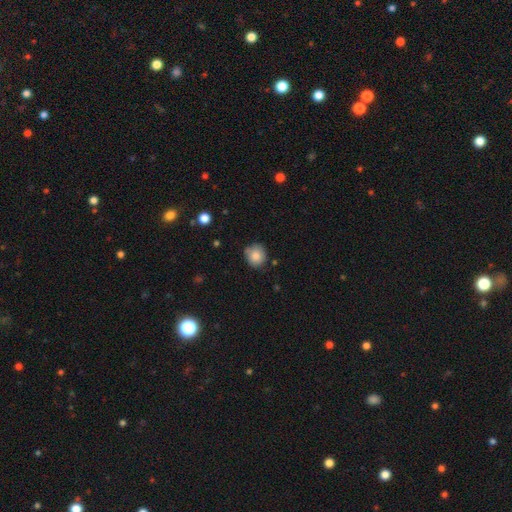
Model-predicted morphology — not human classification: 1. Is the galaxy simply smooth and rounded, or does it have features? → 84% smooth, 9% star or artifact, 7% featured or disk.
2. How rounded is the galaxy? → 83% round, 16% in between, 1% cigar-shaped.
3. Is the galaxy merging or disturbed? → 70% none, 23% minor disturbance, 4% major disturbance, 4% merger.